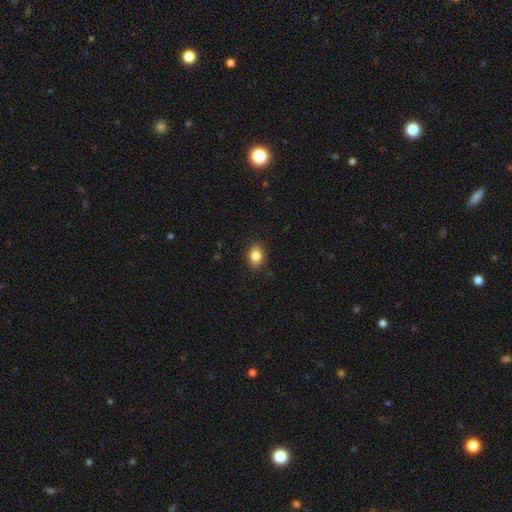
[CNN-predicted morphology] The model was most divided on "how rounded": in between: 57%, round: 42%, cigar-shaped: 1%. More confident: merging — none (88%); smooth or featured — smooth (85%).